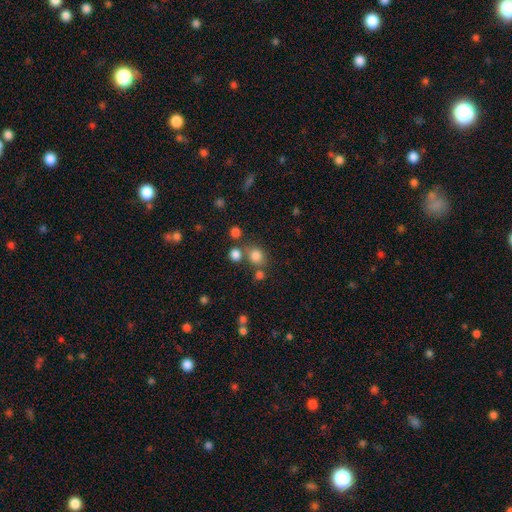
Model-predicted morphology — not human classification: smooth-or-featured: smooth: 79% | star or artifact: 15% | featured or disk: 6%
  how-rounded: round: 78% | in between: 21% | cigar-shaped: 1%
  merging: none: 67% | merger: 19% | minor disturbance: 10% | major disturbance: 4%